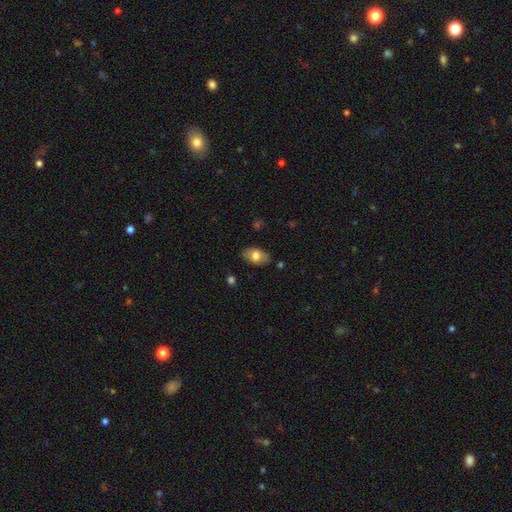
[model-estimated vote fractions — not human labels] Smooth or featured: smooth — 74% (featured or disk — 19%)
How rounded: in between — 90% (round — 8%)
Merging: none — 82% (minor disturbance — 14%)